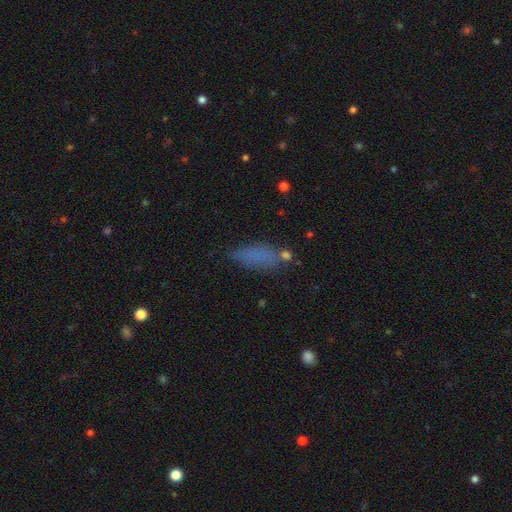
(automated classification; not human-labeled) This is likely a smooth galaxy (75%). How rounded: likely in between (62%). Merging: likely none (64%).